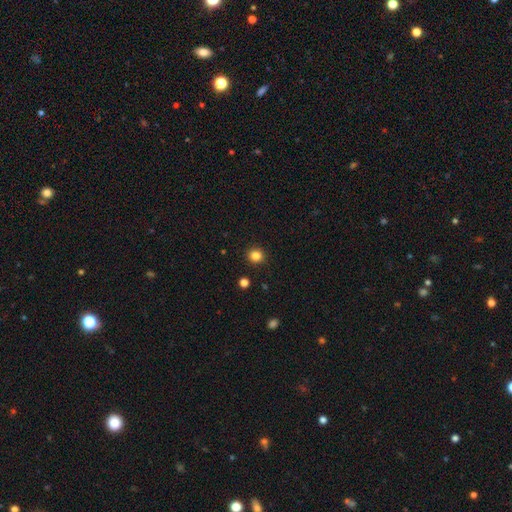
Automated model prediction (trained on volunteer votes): Q: Smooth or featured?
A: smooth (84%); runner-up: star or artifact (12%)
Q: How rounded?
A: round (90%); runner-up: in between (9%)
Q: Merging?
A: none (92%); runner-up: minor disturbance (5%)